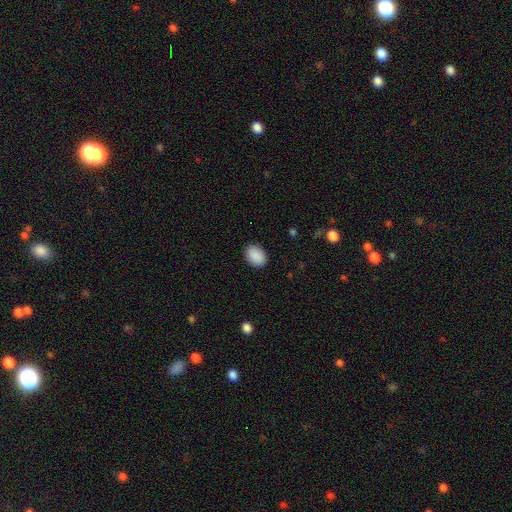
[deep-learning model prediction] Smooth or featured? smooth (90%)
How rounded? in between (73%)
Merging? none (88%)